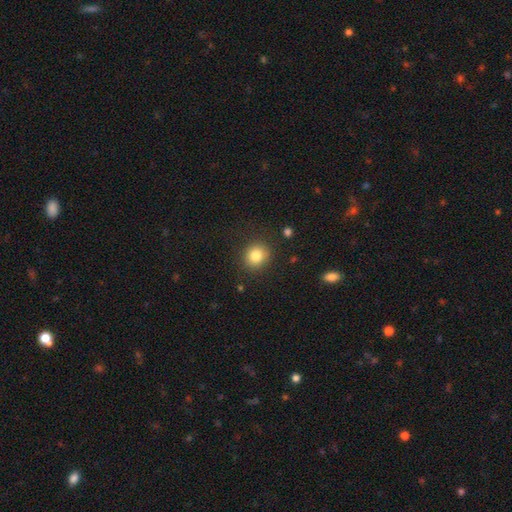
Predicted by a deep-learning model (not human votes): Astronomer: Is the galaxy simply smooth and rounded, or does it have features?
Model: smooth — 82%.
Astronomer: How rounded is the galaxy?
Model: round — 82%.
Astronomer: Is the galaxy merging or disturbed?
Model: none — 87%.